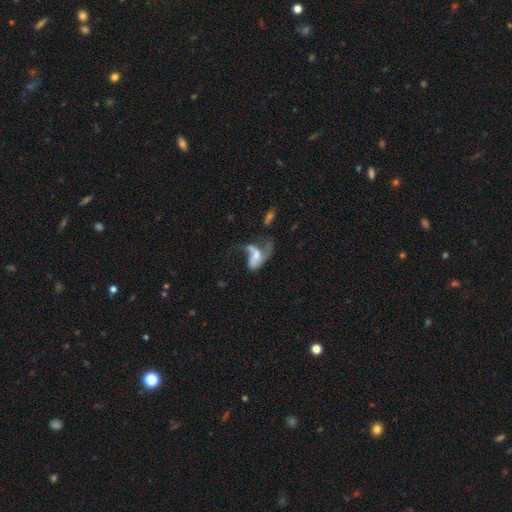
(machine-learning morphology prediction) Q: Smooth or featured?
A: featured or disk (55%); runner-up: smooth (35%)
Q: Edge-on disk?
A: no (95%); runner-up: yes (5%)
Q: Bar?
A: no (67%); runner-up: weak (25%)
Q: Spiral arms?
A: yes (54%); runner-up: no (46%)
Q: Bulge size?
A: moderate (42%); runner-up: small (27%)
Q: Merging?
A: major disturbance (43%); runner-up: merger (30%)